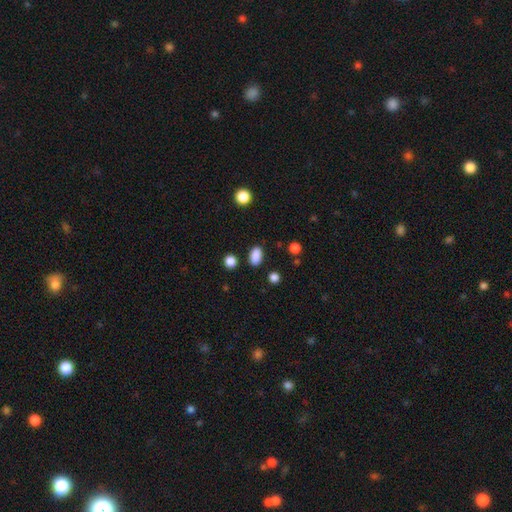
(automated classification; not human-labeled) This is clearly a smooth galaxy (87%). How rounded: clearly in between (87%). Merging: clearly none (86%).